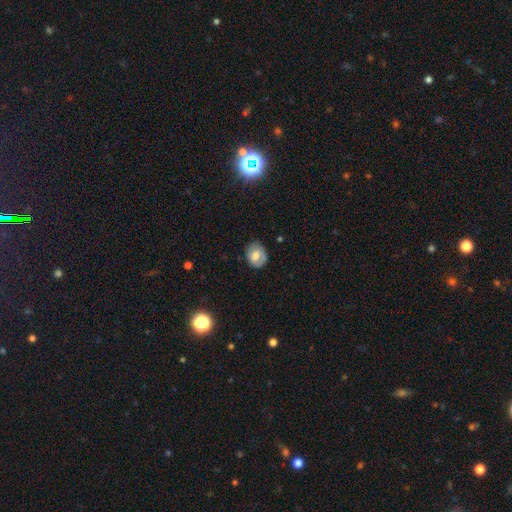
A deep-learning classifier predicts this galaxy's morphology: This is likely a smooth galaxy (65%). How rounded: possibly round (54%). Merging: likely none (76%).